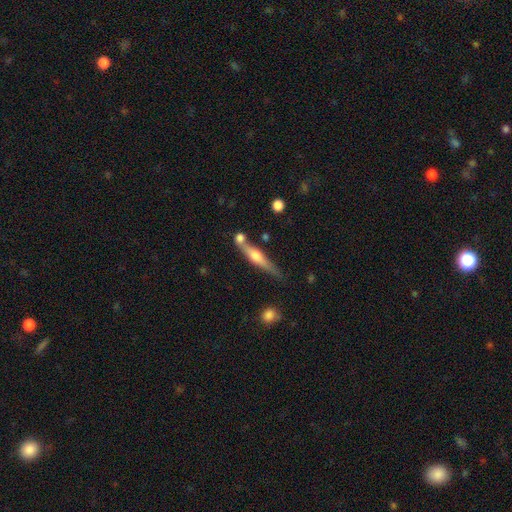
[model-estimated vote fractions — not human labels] Q: Smooth or featured?
A: featured or disk (63%); runner-up: smooth (31%)
Q: Edge-on disk?
A: yes (94%); runner-up: no (6%)
Q: Edge-on bulge?
A: rounded (89%); runner-up: boxy (7%)
Q: Merging?
A: none (61%); runner-up: merger (19%)